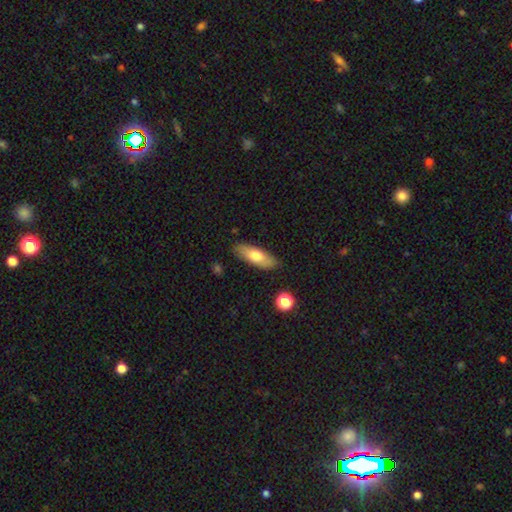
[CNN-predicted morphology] This appears to be a smooth galaxy with no disk features (68%) that is in between round and cigar-shaped (63%). Merging: none (86%).